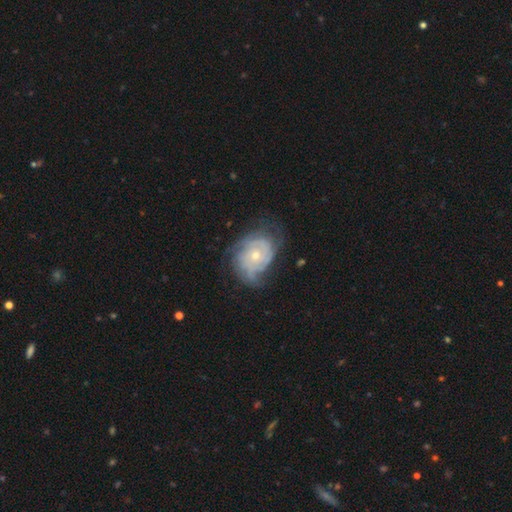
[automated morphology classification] Smooth or featured? Predicted: featured or disk (p=0.80). Edge-on disk? Predicted: no (p=0.97). Bar? Predicted: no (p=0.82). Spiral arms? Predicted: yes (p=0.91). Spiral winding? Predicted: tight (p=0.64). Spiral arm count? Predicted: can't tell (p=0.39). Bulge size? Predicted: small (p=0.54). Merging? Predicted: none (p=0.58).